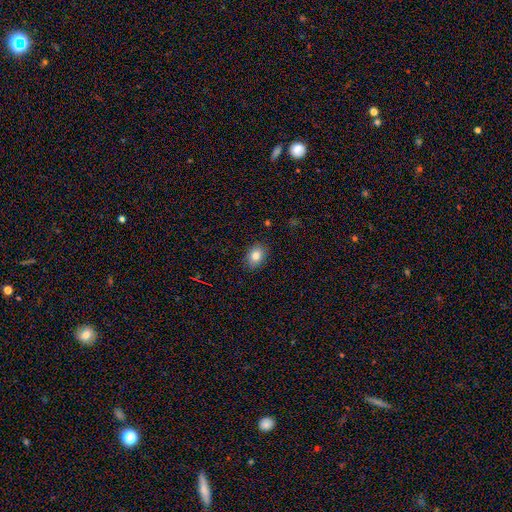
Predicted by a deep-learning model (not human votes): Morphology: type=smooth (83%); roundness=in between (66%); merging=none (88%).